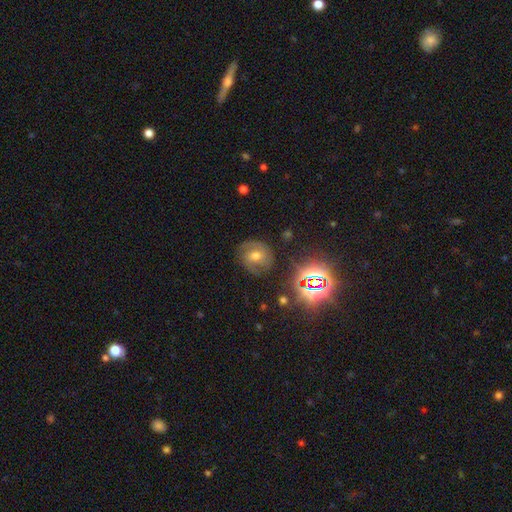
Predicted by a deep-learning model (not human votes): A featured or disk galaxy (59%) with no bar (53%), 2 (60%) tight (47%) spiral arms (89%) and a moderate central bulge (67%). Merging: none (74%).